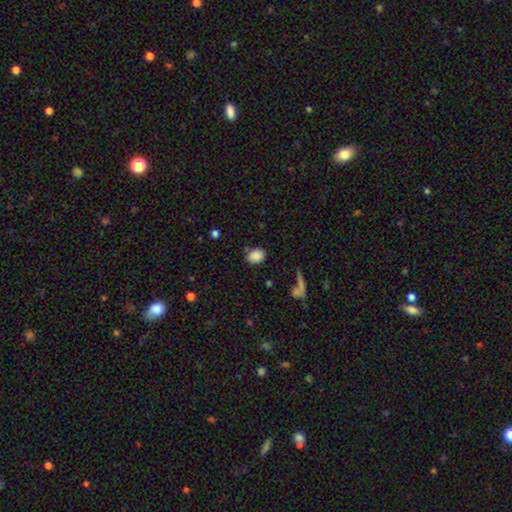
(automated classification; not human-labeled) Q: Smooth or featured?
A: smooth (86%); runner-up: star or artifact (9%)
Q: How rounded?
A: in between (62%); runner-up: round (37%)
Q: Merging?
A: none (75%); runner-up: minor disturbance (14%)